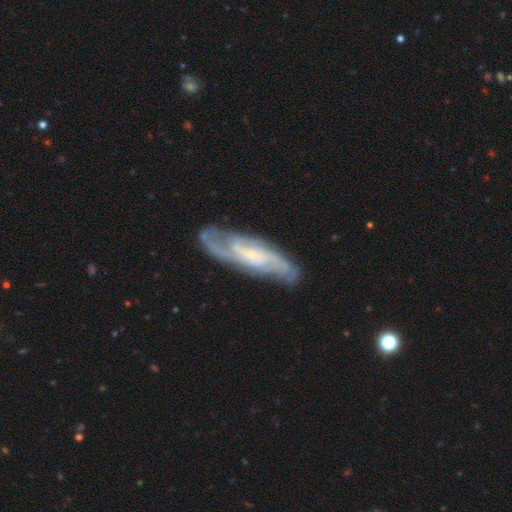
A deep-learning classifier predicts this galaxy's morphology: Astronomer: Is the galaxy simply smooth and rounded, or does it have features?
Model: featured or disk — 83%.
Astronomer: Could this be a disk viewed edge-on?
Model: no — 83%.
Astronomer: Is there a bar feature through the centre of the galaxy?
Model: no — 49% (runner-up: weak, 39%).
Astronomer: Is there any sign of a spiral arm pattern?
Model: yes — 96%.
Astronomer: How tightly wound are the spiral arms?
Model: medium — 44% (runner-up: tight, 40%).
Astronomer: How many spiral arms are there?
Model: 2 — 42% (runner-up: can't tell, 26%).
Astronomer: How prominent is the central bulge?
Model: small — 67%.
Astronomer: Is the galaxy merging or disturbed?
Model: none — 77%.